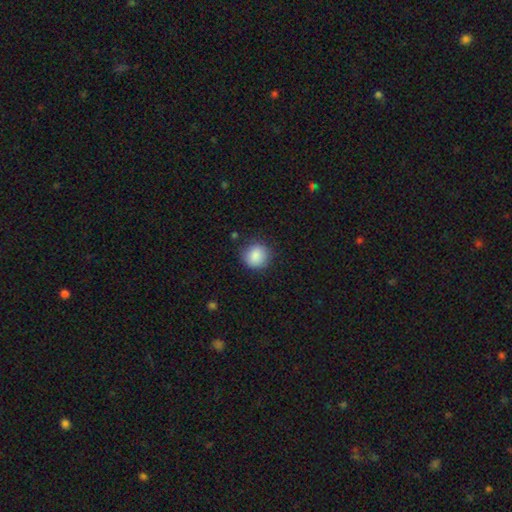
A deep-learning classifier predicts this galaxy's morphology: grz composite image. It shows a smooth galaxy with no disk features (87%) that is round (89%). Merging: none (85%).